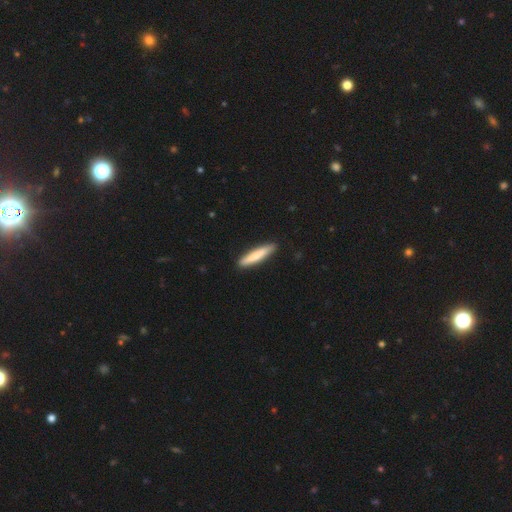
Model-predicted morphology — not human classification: A smooth galaxy with no disk features (74%) that is cigar-shaped (91%). Merging: none (90%).